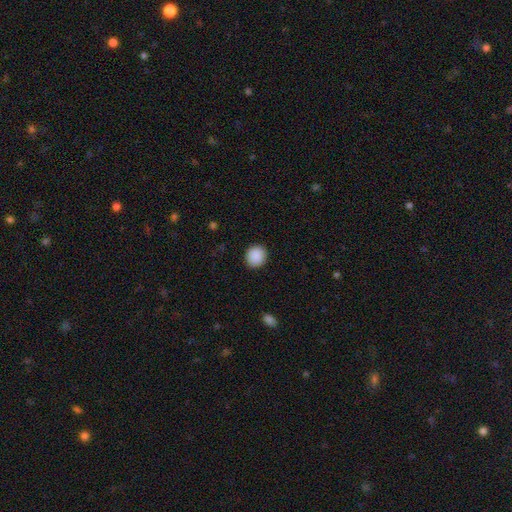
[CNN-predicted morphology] Q: Smooth or featured?
A: smooth (90%); runner-up: star or artifact (8%)
Q: How rounded?
A: round (85%); runner-up: in between (14%)
Q: Merging?
A: none (91%); runner-up: minor disturbance (6%)